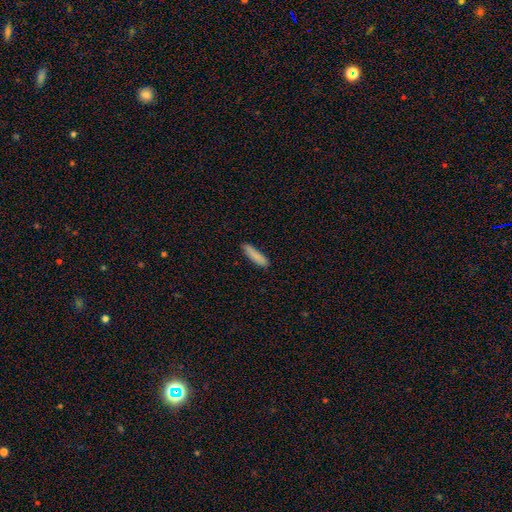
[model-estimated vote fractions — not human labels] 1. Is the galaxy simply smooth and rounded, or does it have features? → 85% smooth, 9% featured or disk, 7% star or artifact.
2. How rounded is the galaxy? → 78% cigar-shaped, 20% in between, 1% round.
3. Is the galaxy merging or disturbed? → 84% none, 12% minor disturbance, 2% major disturbance, 1% merger.